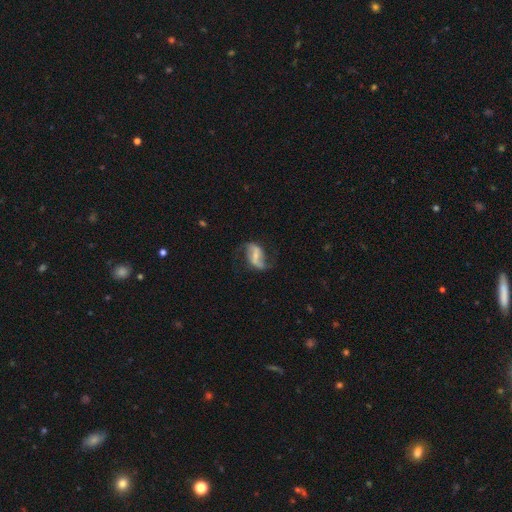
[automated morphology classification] smooth_or_featured: featured or disk (p=0.78) [alt: smooth p=0.15]
disk_edge_on: no (p=0.96) [alt: yes p=0.04]
bar: strong (p=0.46) [alt: weak p=0.37]
has_spiral_arms: yes (p=0.90) [alt: no p=0.10]
spiral_winding: loose (p=0.73) [alt: medium p=0.21]
spiral_arm_count: 2 (p=0.90) [alt: can't tell p=0.04]
bulge_size: small (p=0.46) [alt: none p=0.25]
merging: none (p=0.65) [alt: minor disturbance p=0.19]